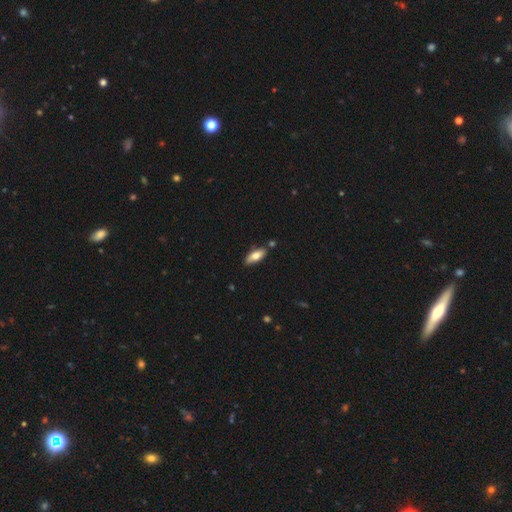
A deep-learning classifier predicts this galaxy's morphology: smooth 73%, featured or disk 21%, star or artifact 6%. Down the decision tree: how rounded — in between (74%); merging — none (75%).